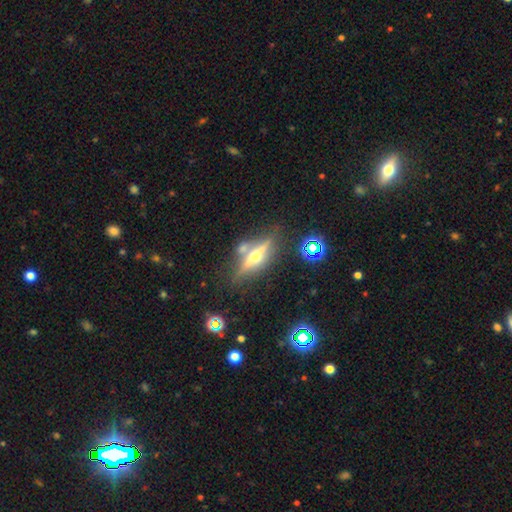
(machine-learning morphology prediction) Smooth or featured? Predicted: featured or disk (p=0.76). Edge-on disk? Predicted: yes (p=0.95). Edge-on bulge? Predicted: rounded (p=0.95). Merging? Predicted: none (p=0.77).